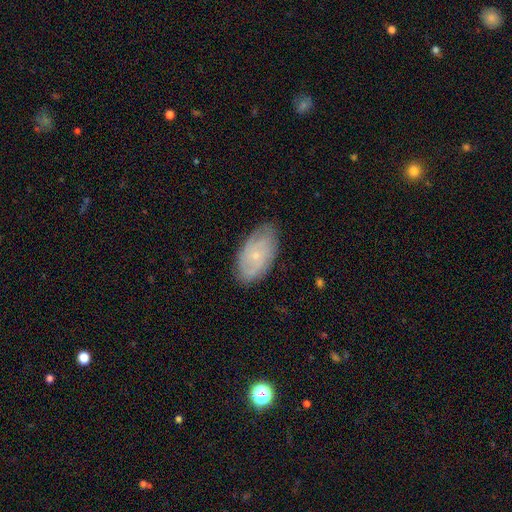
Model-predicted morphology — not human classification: Q: Smooth or featured?
A: featured or disk (62%); runner-up: smooth (31%)
Q: Edge-on disk?
A: no (94%); runner-up: yes (6%)
Q: Bar?
A: no (78%); runner-up: weak (19%)
Q: Spiral arms?
A: yes (85%); runner-up: no (15%)
Q: Bulge size?
A: small (81%); runner-up: moderate (14%)
Q: Merging?
A: none (77%); runner-up: minor disturbance (18%)